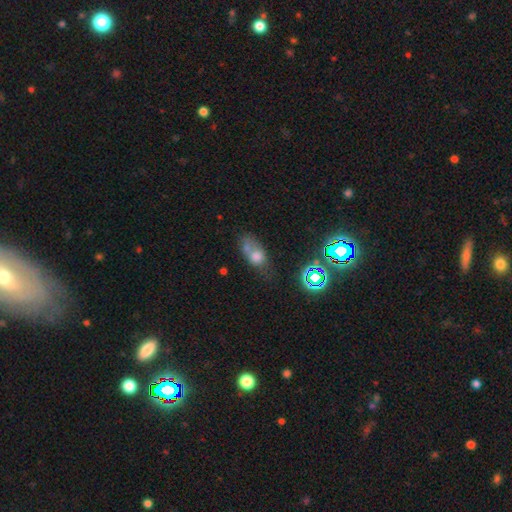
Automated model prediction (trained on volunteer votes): The model was most divided on "merging": none: 36%, merger: 29%, minor disturbance: 21%, major disturbance: 15%. More confident: how rounded — in between (70%); smooth or featured — smooth (59%).